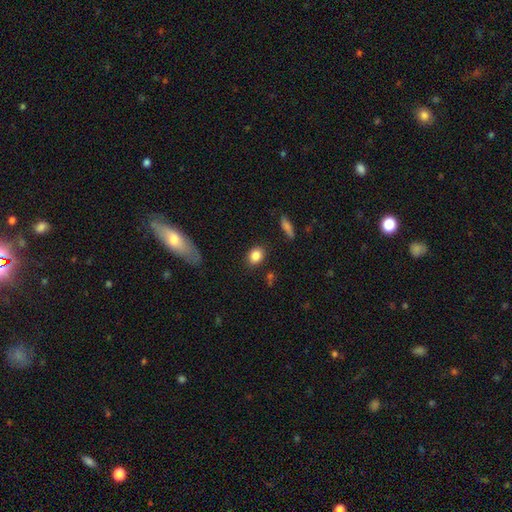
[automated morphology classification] type=smooth (85%); roundness=in between (62%); merging=none (84%).